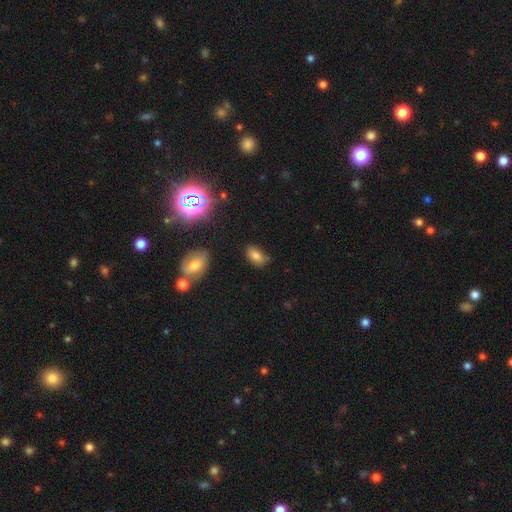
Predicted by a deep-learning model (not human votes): Smooth or featured? Predicted: smooth (p=0.76). How rounded? Predicted: in between (p=0.89). Merging? Predicted: none (p=0.70).